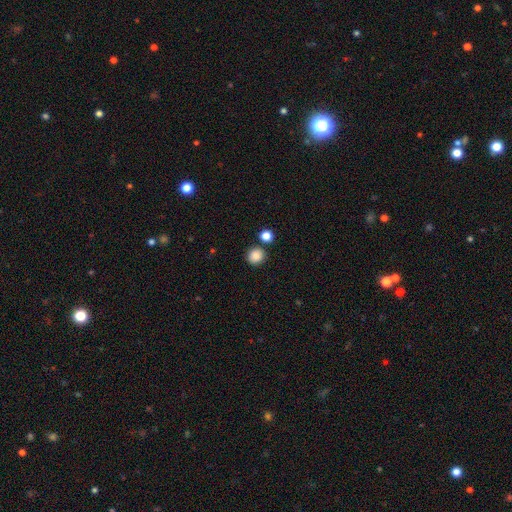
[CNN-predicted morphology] This appears to be a smooth galaxy with no disk features (86%) that is round (87%). Merging: none (83%).